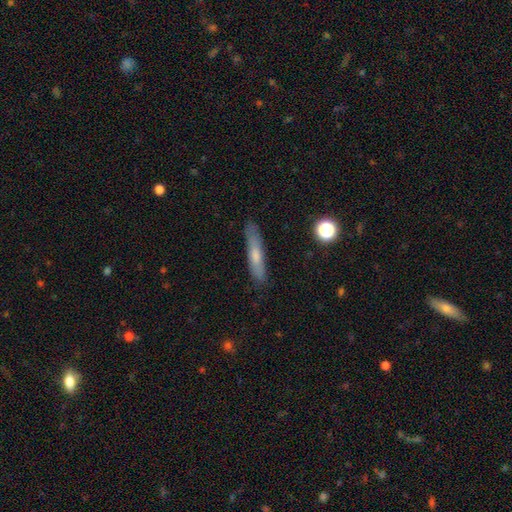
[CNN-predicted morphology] Smooth or featured? Predicted: smooth (p=0.62). How rounded? Predicted: cigar-shaped (p=0.86). Merging? Predicted: none (p=0.82).